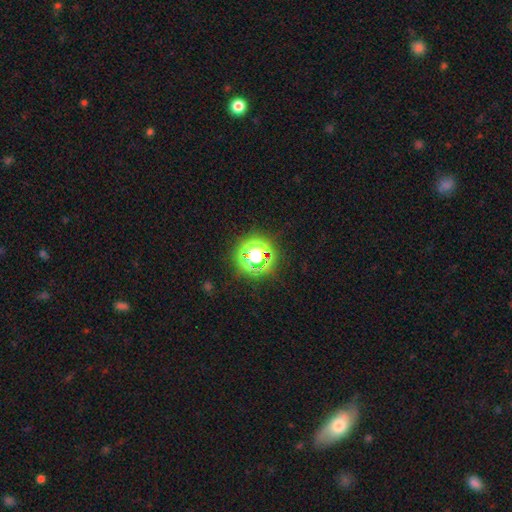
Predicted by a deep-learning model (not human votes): smooth_or_featured: star or artifact (p=0.53) [alt: smooth p=0.35]